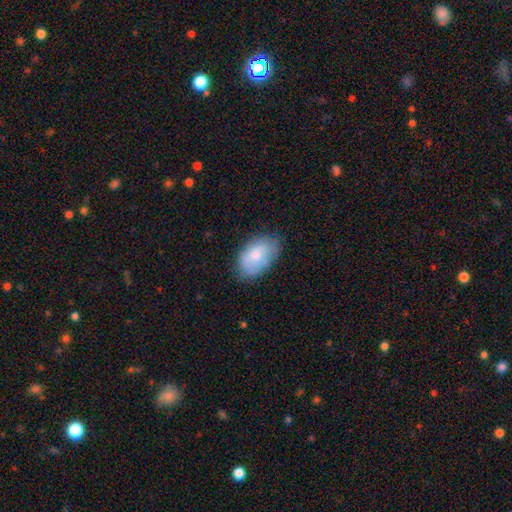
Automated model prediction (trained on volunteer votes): smooth_or_featured: smooth (p=0.73) [alt: featured or disk p=0.20]
how_rounded: in between (p=0.92) [alt: round p=0.07]
merging: none (p=0.67) [alt: minor disturbance p=0.26]